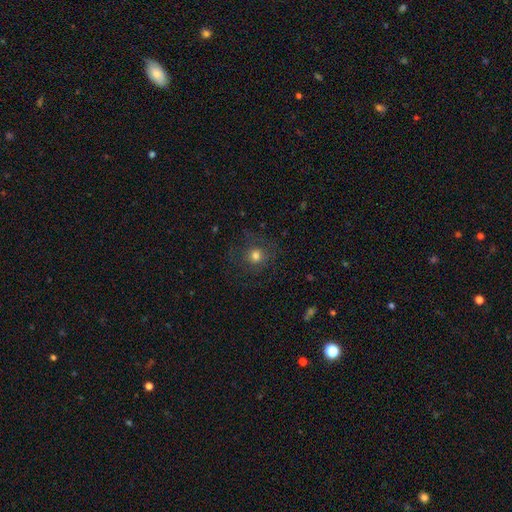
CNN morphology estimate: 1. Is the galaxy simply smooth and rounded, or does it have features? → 74% smooth, 14% star or artifact, 12% featured or disk.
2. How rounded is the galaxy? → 91% round, 8% in between, 1% cigar-shaped.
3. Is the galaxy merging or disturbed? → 80% none, 12% minor disturbance, 7% major disturbance, 1% merger.